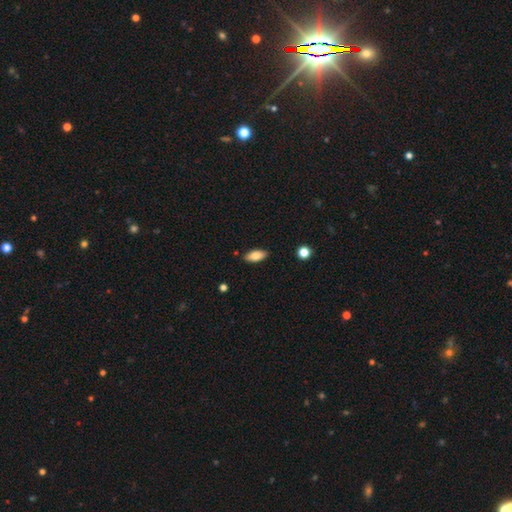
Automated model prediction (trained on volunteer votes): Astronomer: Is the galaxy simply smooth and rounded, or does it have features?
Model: smooth — 81%.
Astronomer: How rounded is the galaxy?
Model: in between — 87%.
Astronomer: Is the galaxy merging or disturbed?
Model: none — 87%.